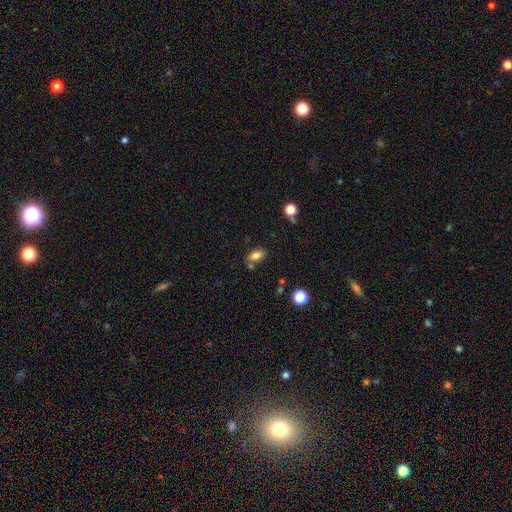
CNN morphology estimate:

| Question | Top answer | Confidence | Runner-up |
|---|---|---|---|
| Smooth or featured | smooth | 80% | star or artifact (10%) |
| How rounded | in between | 87% | round (6%) |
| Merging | none | 67% | minor disturbance (15%) |